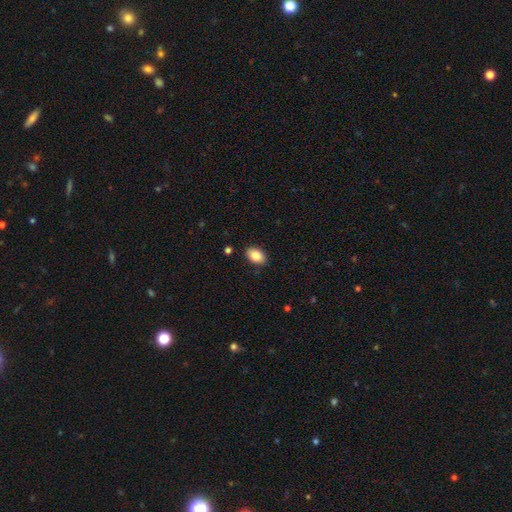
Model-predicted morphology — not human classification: Smooth or featured? Predicted: smooth (p=0.86). How rounded? Predicted: in between (p=0.88). Merging? Predicted: none (p=0.86).